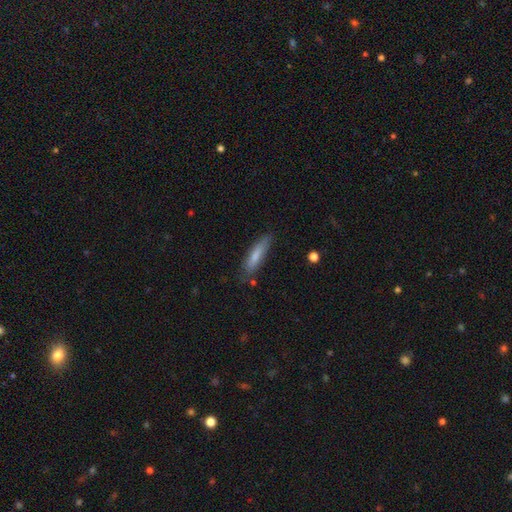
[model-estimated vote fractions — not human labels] Smooth or featured? Predicted: smooth (p=0.73). How rounded? Predicted: cigar-shaped (p=0.70). Merging? Predicted: none (p=0.76).